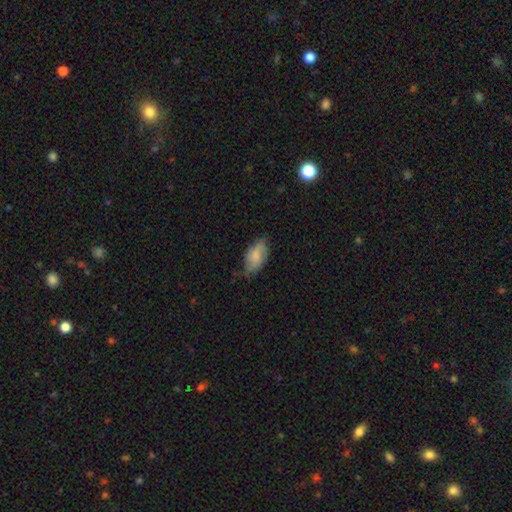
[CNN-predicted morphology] Q: Smooth or featured?
A: smooth (75%); runner-up: featured or disk (19%)
Q: How rounded?
A: in between (93%); runner-up: cigar-shaped (4%)
Q: Merging?
A: none (57%); runner-up: minor disturbance (35%)